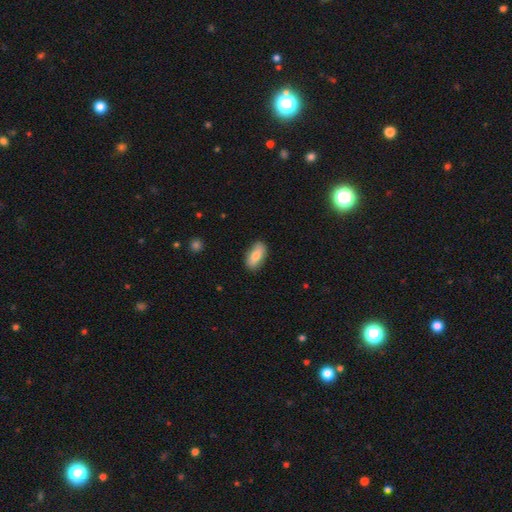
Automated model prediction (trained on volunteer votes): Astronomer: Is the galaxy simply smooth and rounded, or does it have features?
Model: smooth — 78%.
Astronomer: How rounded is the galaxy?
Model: in between — 87%.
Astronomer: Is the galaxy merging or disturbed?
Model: none — 87%.